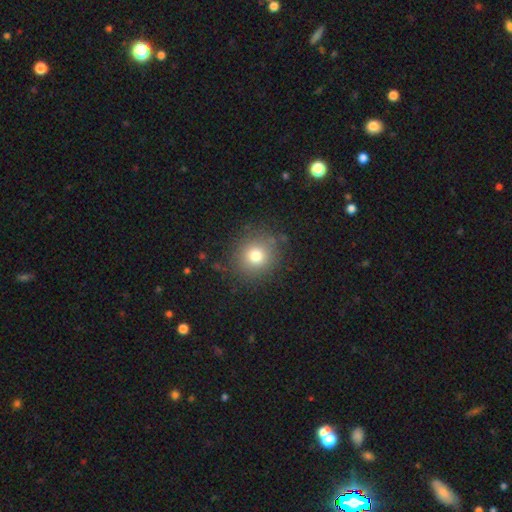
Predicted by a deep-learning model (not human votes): This appears to be a smooth galaxy with no disk features (77%) that is round (90%). Merging: none (86%).